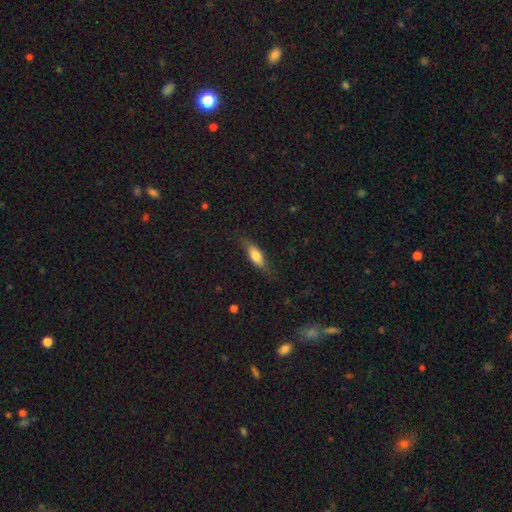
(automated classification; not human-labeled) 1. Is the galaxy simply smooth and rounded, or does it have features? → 65% smooth, 28% featured or disk, 7% star or artifact.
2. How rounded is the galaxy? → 61% in between, 36% cigar-shaped, 3% round.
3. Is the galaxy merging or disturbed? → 75% none, 19% minor disturbance, 5% major disturbance, 1% merger.